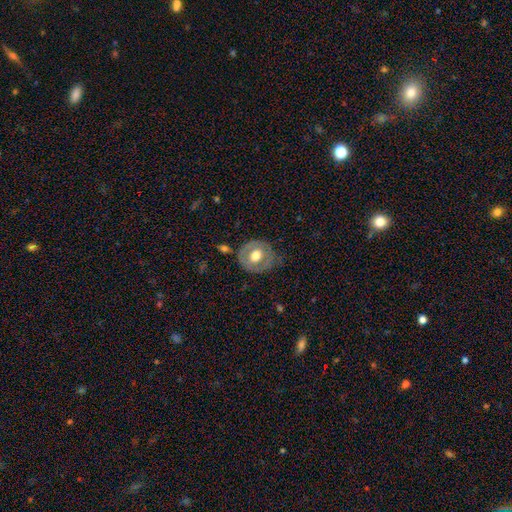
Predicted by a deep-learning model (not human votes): This is possibly a smooth galaxy (48%). Merging: likely none (69%).